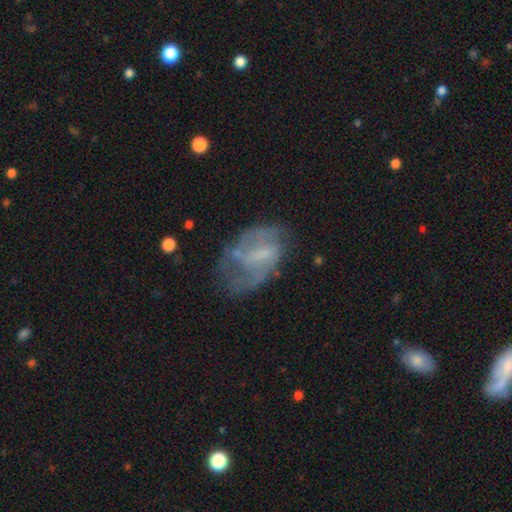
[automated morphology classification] smooth-or-featured: featured or disk: 67% | smooth: 23% | star or artifact: 9%
  disk-edge-on: no: 96% | yes: 4%
    bar: weak: 48% | no: 31% | strong: 21%
    has-spiral-arms: yes: 71% | no: 29%
    bulge-size: none: 44% | small: 31% | moderate: 20% | large: 3% | dominant: 1%
  merging: none: 51% | minor disturbance: 25% | major disturbance: 21% | merger: 3%